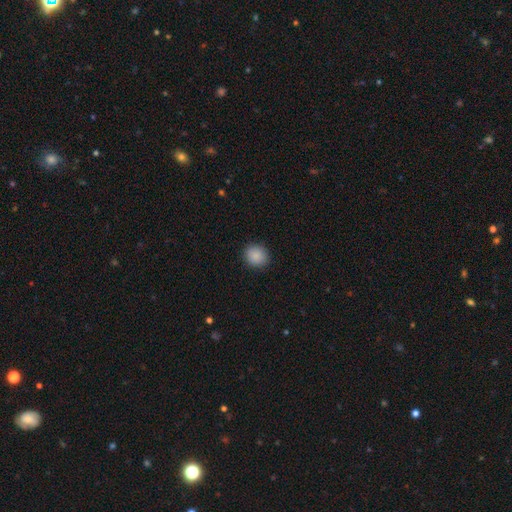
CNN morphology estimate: Smooth or featured: smooth — 88% (star or artifact — 9%)
How rounded: round — 78% (in between — 21%)
Merging: none — 90% (minor disturbance — 7%)